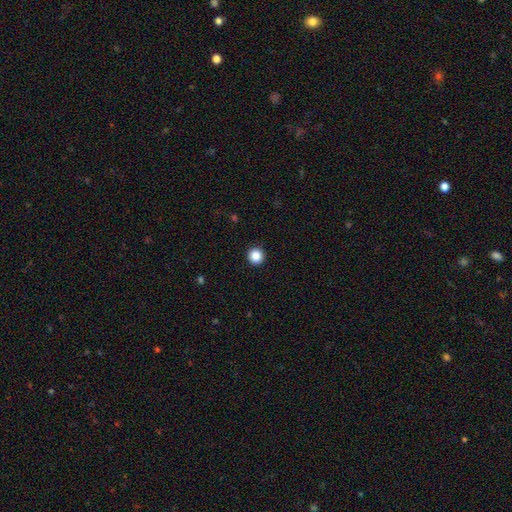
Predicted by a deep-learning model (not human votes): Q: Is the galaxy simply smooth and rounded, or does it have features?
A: smooth — 87%.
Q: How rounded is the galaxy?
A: round — 95%.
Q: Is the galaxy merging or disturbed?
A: none — 94%.